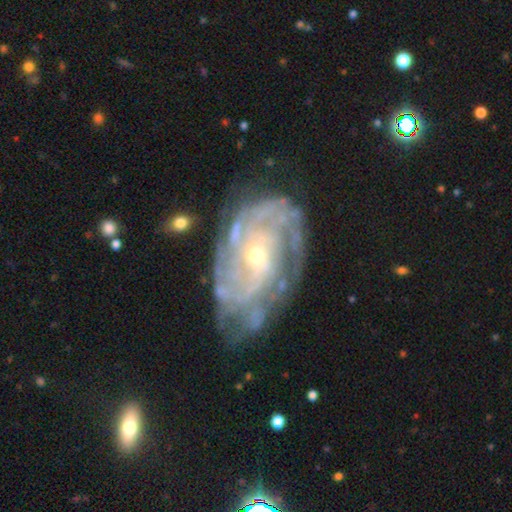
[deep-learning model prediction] Smooth or featured? Predicted: featured or disk (p=0.88). Edge-on disk? Predicted: no (p=0.96). Bar? Predicted: no (p=0.65). Spiral arms? Predicted: yes (p=0.96). Spiral winding? Predicted: tight (p=0.70). Spiral arm count? Predicted: can't tell (p=0.35). Bulge size? Predicted: small (p=0.61). Merging? Predicted: none (p=0.67).